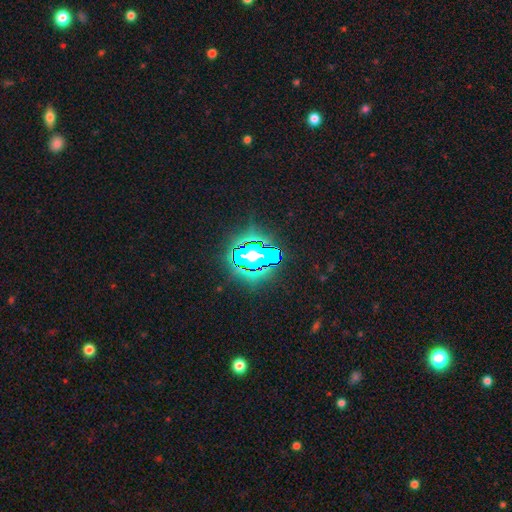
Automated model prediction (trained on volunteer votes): smooth-or-featured: star or artifact: 61% | smooth: 24% | featured or disk: 15%